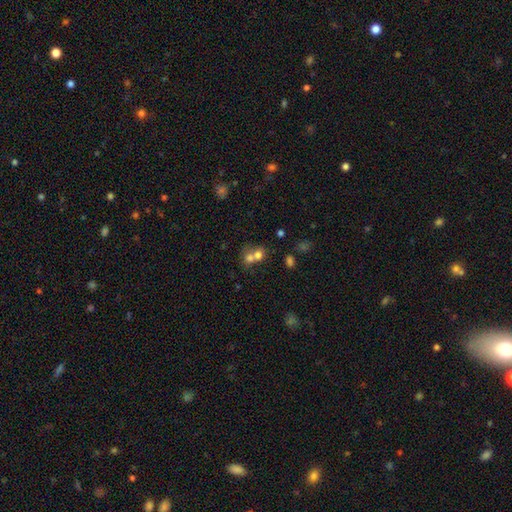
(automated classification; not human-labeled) Smooth or featured? smooth (71%)
How rounded? round (66%)
Merging? merger (65%)